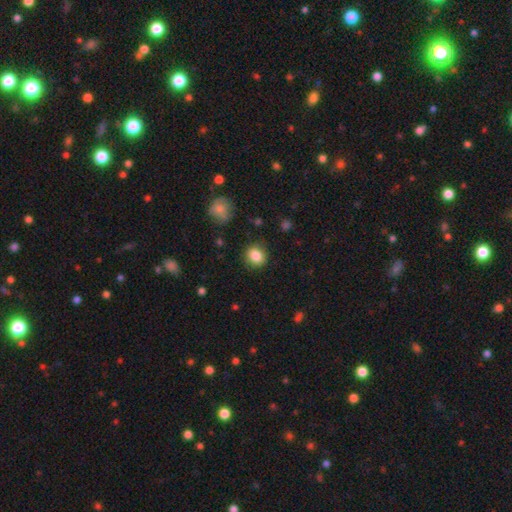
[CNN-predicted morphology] A smooth galaxy with no disk features (86%) that is round (70%).

Vote fractions:
- Smooth or featured? smooth: 86% / star or artifact: 9% / featured or disk: 5%
- How rounded? round: 70% / in between: 29% / cigar-shaped: 1%
- Merging? none: 85% / minor disturbance: 10% / major disturbance: 3% / merger: 1%